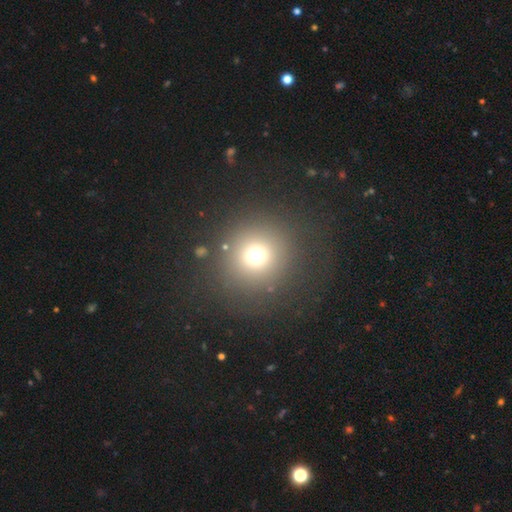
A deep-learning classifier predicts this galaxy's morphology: The model was most divided on "smooth or featured": smooth: 71%, star or artifact: 21%, featured or disk: 9%. More confident: how rounded — round (94%); merging — none (85%).